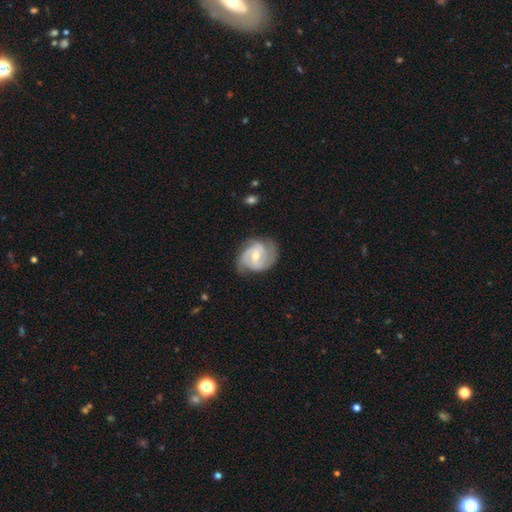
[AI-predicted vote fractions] A featured or disk galaxy (83%) with a weak bar (50%), 2 (52%) medium (47%) spiral arms (95%) and a moderate central bulge (57%). Merging: none (69%).